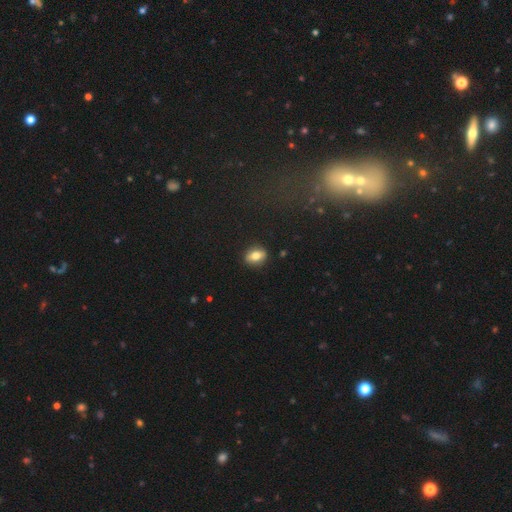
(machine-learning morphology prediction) A smooth galaxy with no disk features (70%) that is in between round and cigar-shaped (73%). Merging: none (87%).